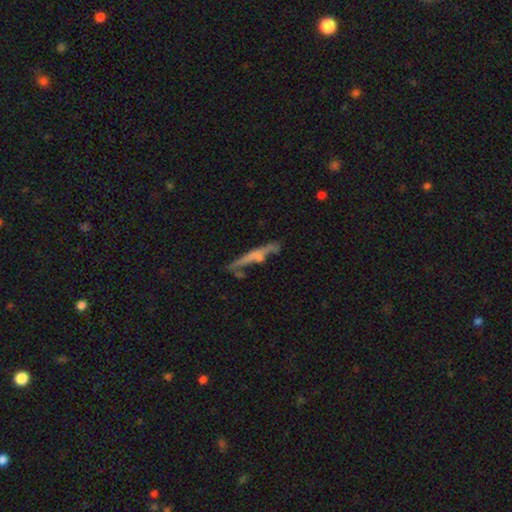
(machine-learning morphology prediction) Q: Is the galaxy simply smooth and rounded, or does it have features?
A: featured or disk — 54%.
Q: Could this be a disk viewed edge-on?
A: yes — 89%.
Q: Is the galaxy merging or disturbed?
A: none — 64%.